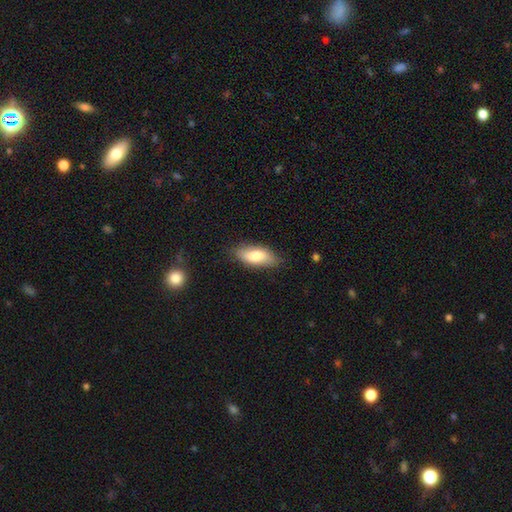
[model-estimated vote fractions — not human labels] This is likely a smooth galaxy (77%). How rounded: clearly in between (83%). Merging: likely none (77%).